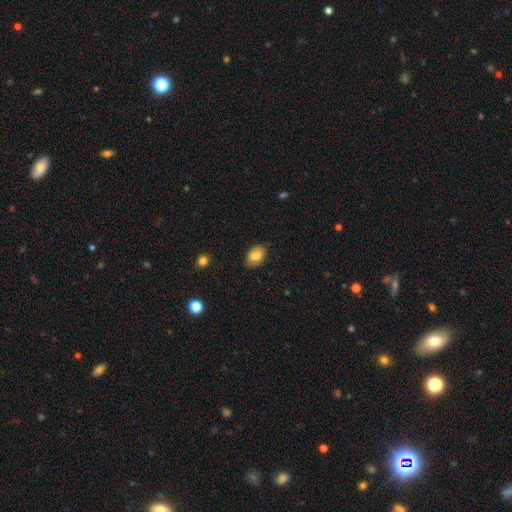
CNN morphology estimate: smooth 78%, featured or disk 15%, star or artifact 7%. Down the decision tree: how rounded — in between (88%); merging — none (82%).